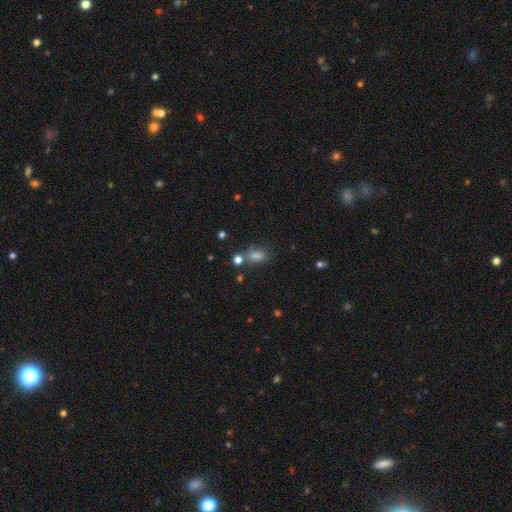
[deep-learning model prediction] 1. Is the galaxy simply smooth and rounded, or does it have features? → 74% smooth, 18% star or artifact, 8% featured or disk.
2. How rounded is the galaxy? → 75% in between, 21% round, 4% cigar-shaped.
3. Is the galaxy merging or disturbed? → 66% none, 15% minor disturbance, 14% merger, 5% major disturbance.